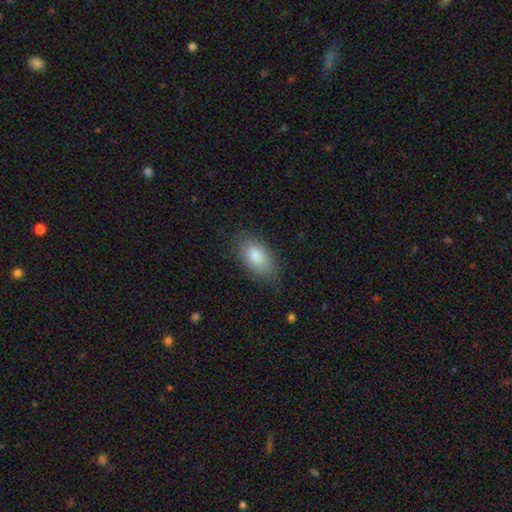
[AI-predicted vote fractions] Smooth or featured? Predicted: smooth (p=0.84). How rounded? Predicted: in between (p=0.91). Merging? Predicted: none (p=0.80).